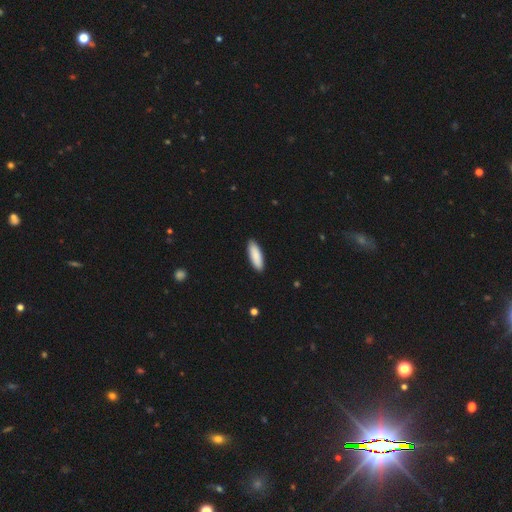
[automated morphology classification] smooth 89%, featured or disk 5%, star or artifact 5%. Down the decision tree: how rounded — in between (53%); merging — none (90%).